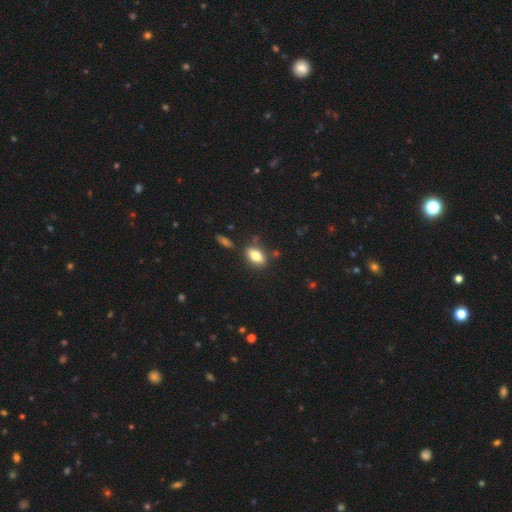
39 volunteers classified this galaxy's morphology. type=smooth (62%); roundness=in between (79%); merging=none (84%).